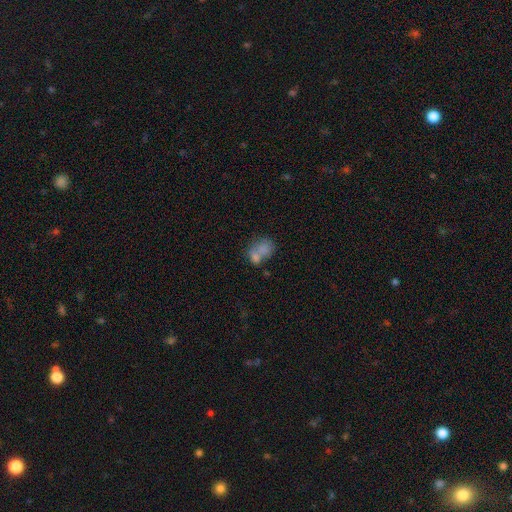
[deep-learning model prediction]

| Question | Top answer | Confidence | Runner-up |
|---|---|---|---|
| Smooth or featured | smooth | 68% | featured or disk (19%) |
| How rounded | in between | 55% | round (43%) |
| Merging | merger | 57% | none (27%) |